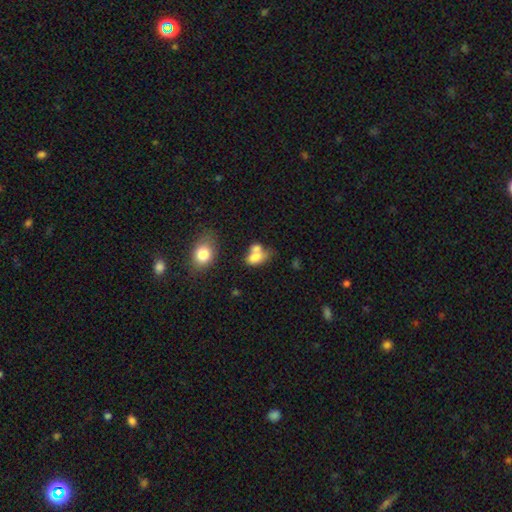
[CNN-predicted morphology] Smooth or featured?
  - smooth: 74% *
  - featured or disk: 16%
  - star or artifact: 10%
How rounded?
  - in between: 80% *
  - round: 17%
  - cigar-shaped: 3%
Merging?
  - merger: 51% *
  - none: 27%
  - minor disturbance: 13%
  - major disturbance: 8%